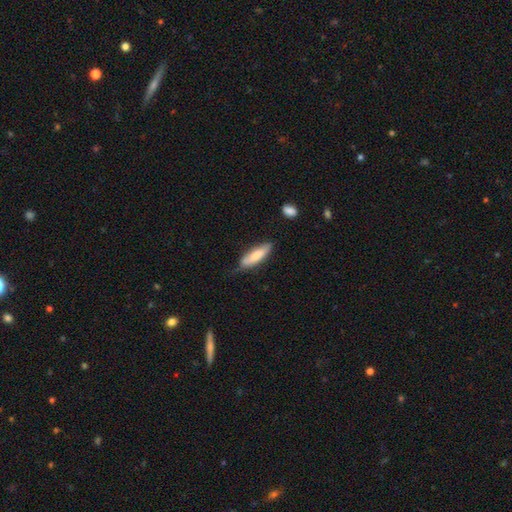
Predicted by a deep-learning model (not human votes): Q: Smooth or featured?
A: smooth (73%); runner-up: featured or disk (21%)
Q: How rounded?
A: cigar-shaped (58%); runner-up: in between (40%)
Q: Merging?
A: none (64%); runner-up: minor disturbance (28%)